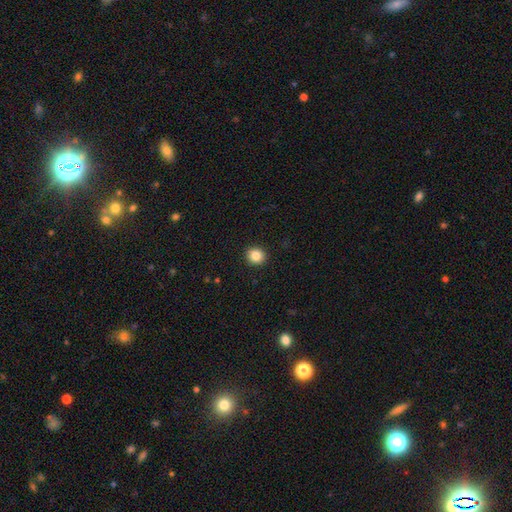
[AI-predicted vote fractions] Smooth or featured?
  - smooth: 85% *
  - star or artifact: 10%
  - featured or disk: 5%
How rounded?
  - round: 86% *
  - in between: 13%
  - cigar-shaped: 1%
Merging?
  - none: 92% *
  - minor disturbance: 5%
  - major disturbance: 2%
  - merger: 1%